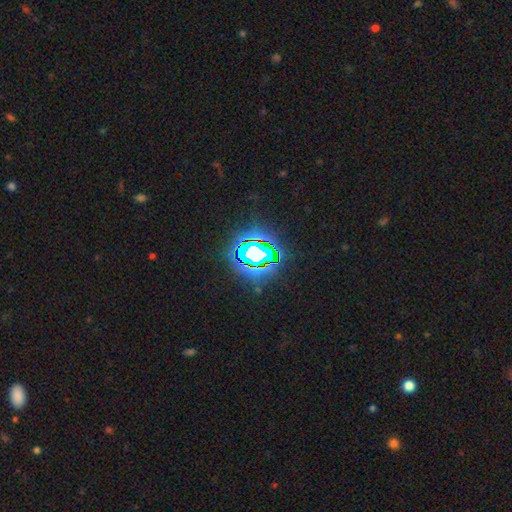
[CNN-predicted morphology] smooth_or_featured: star or artifact (p=0.69) [alt: smooth p=0.18]